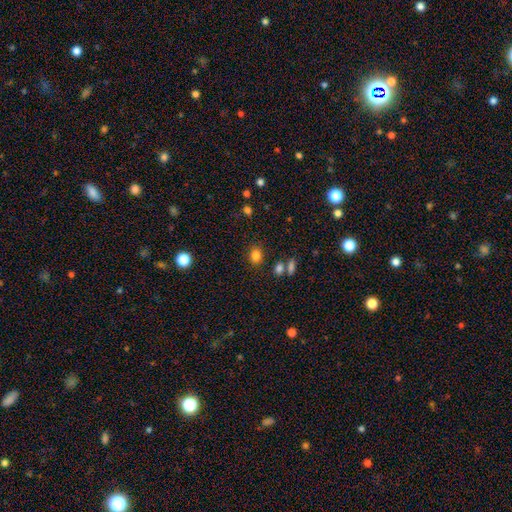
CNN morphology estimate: smooth_or_featured: smooth (p=0.82) [alt: star or artifact p=0.12]
how_rounded: in between (p=0.50) [alt: round p=0.48]
merging: none (p=0.81) [alt: minor disturbance p=0.10]